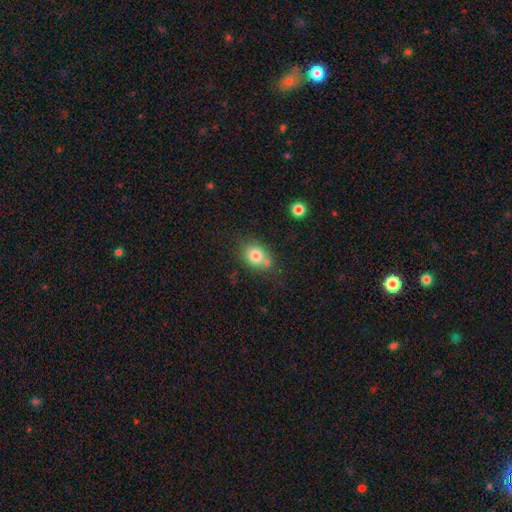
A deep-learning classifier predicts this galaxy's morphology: A smooth galaxy with no disk features (78%) that is round (49%, tied with in between).

Vote fractions:
- Smooth or featured? smooth: 78% / featured or disk: 12% / star or artifact: 10%
- How rounded? round: 49% (tied) / in between: 49% (tied) / cigar-shaped: 1%
- Merging? none: 57% / merger: 20% / minor disturbance: 18% / major disturbance: 5%